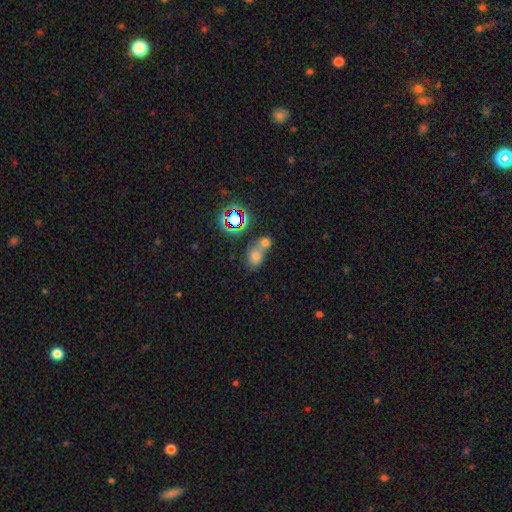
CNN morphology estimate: This appears to be a smooth galaxy with no disk features (58%) that is in between round and cigar-shaped (51%). Merging: merger (52%).